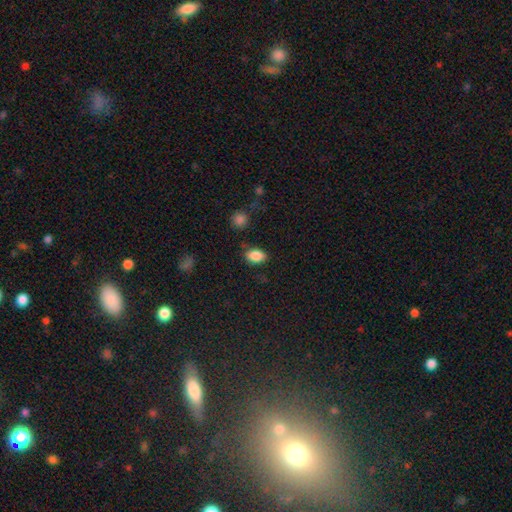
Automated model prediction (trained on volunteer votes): Smooth or featured? Predicted: smooth (p=0.86). How rounded? Predicted: in between (p=0.84). Merging? Predicted: none (p=0.77).